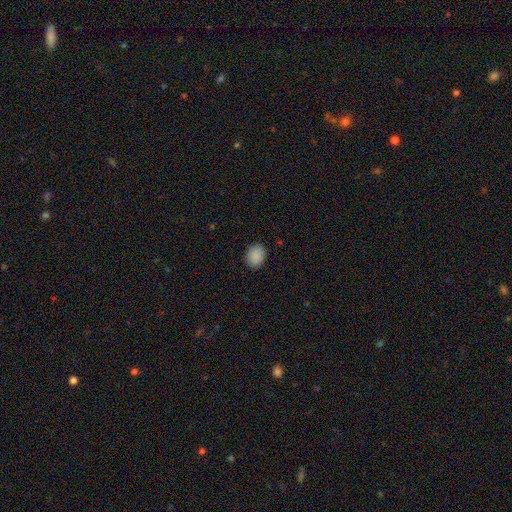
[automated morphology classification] A smooth galaxy with no disk features (89%) that is in between round and cigar-shaped (54%). Merging: none (88%).